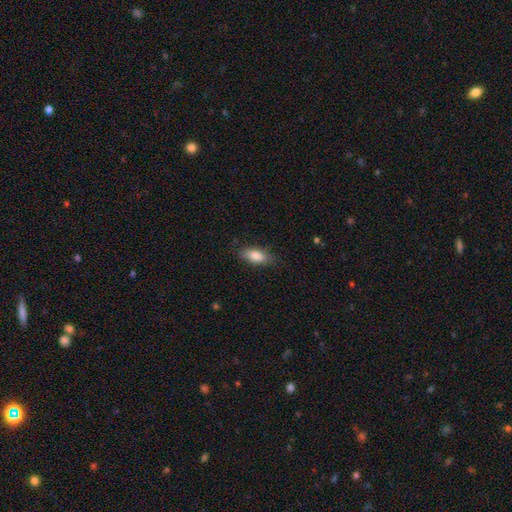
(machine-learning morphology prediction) A smooth galaxy with no disk features (84%) that is in between round and cigar-shaped (84%). Merging: none (80%).